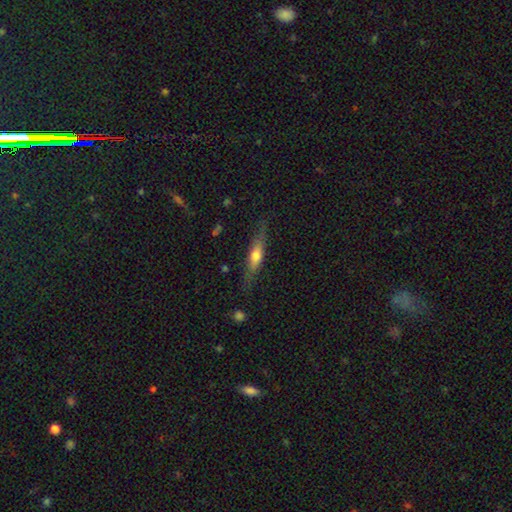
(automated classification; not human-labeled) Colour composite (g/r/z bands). It shows a smooth galaxy with no disk features (50%). Merging: none (75%).